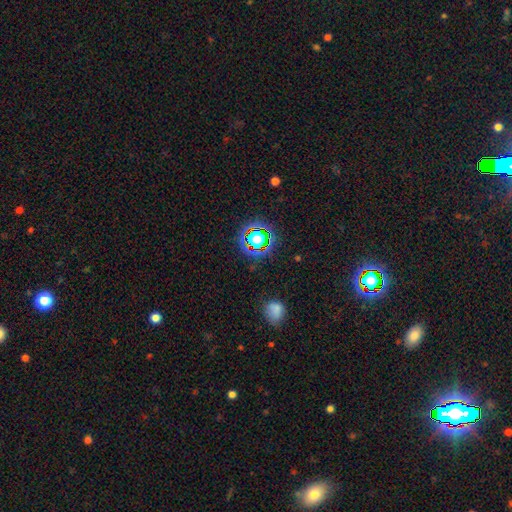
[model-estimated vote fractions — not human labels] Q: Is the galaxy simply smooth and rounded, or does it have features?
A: star or artifact — 75%.